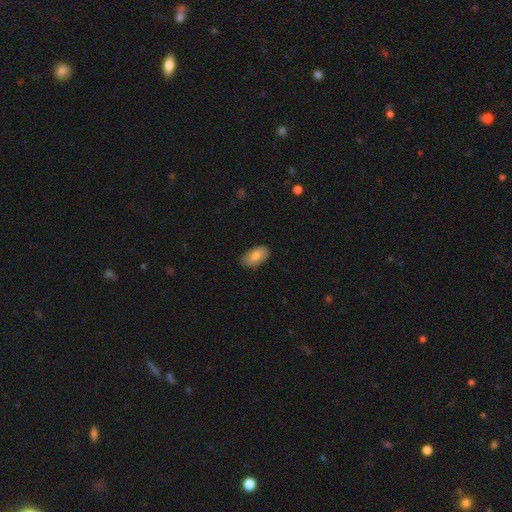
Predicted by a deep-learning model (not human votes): Morphology: type=smooth (81%); roundness=in between (94%); merging=none (83%).